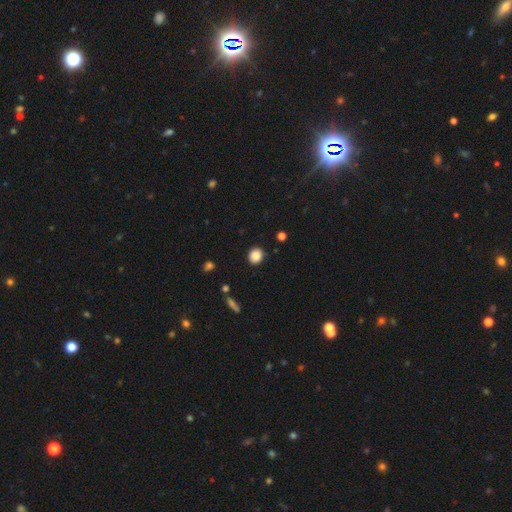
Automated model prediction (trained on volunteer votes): smooth 87%, star or artifact 10%, featured or disk 3%. Down the decision tree: how rounded — round (79%); merging — none (88%).